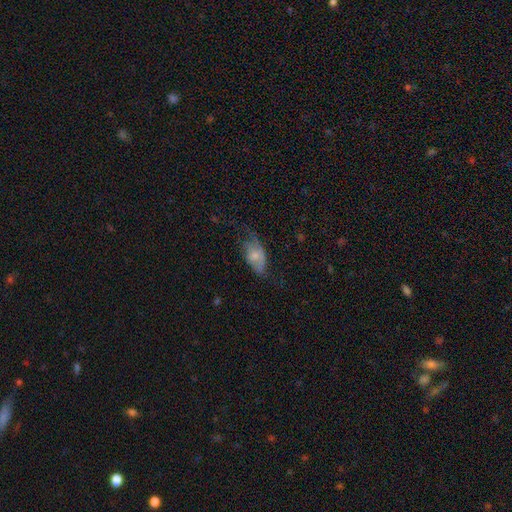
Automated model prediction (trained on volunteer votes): smooth-or-featured: smooth: 50% | featured or disk: 42% | star or artifact: 8%
  merging: major disturbance: 35% | minor disturbance: 32% | none: 30% | merger: 2%